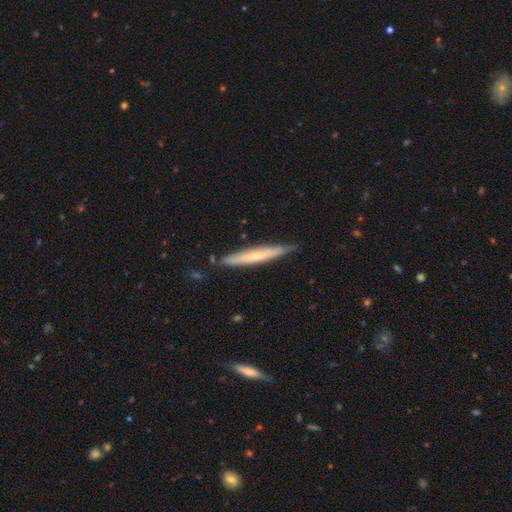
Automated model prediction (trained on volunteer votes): Smooth or featured? Predicted: featured or disk (p=0.47, tied with smooth). Merging? Predicted: none (p=0.81).